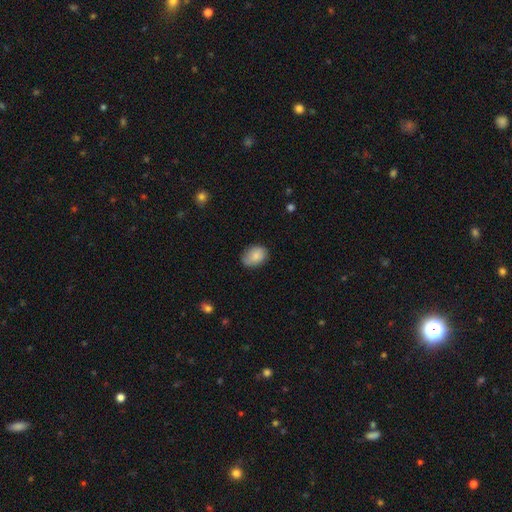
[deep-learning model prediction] This is clearly a smooth galaxy (85%). How rounded: likely in between (77%). Merging: likely none (75%).